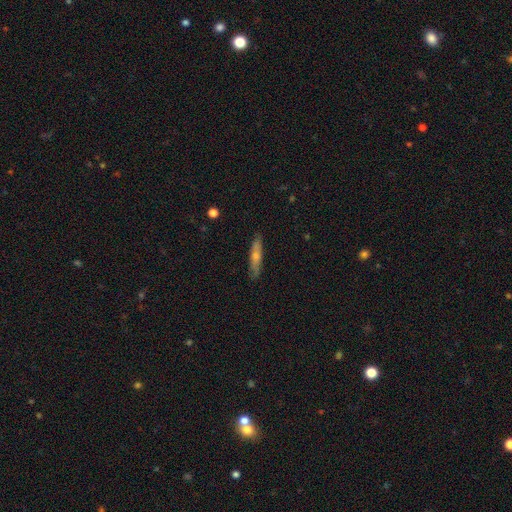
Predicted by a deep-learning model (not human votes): Morphology: type=featured or disk (50%); merging=none (87%).